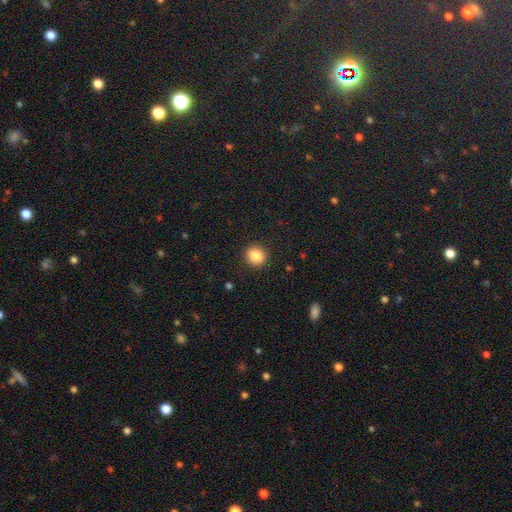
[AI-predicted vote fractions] smooth_or_featured: smooth (p=0.87) [alt: star or artifact p=0.09]
how_rounded: round (p=0.79) [alt: in between p=0.20]
merging: none (p=0.91) [alt: minor disturbance p=0.06]